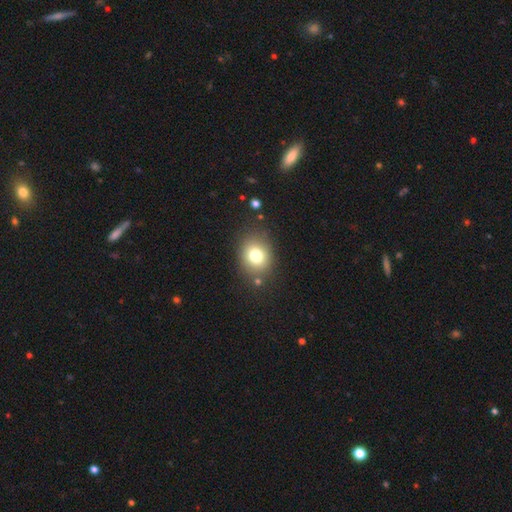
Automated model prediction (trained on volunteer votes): This is likely a smooth galaxy (77%). How rounded: possibly round (57%). Merging: likely none (80%).